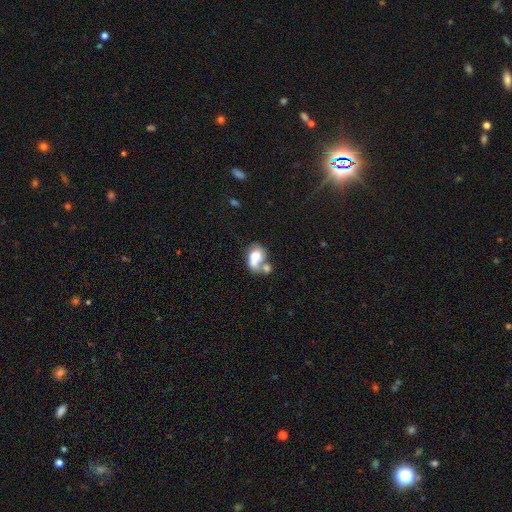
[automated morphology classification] smooth-or-featured: smooth: 61% | featured or disk: 29% | star or artifact: 9%
  how-rounded: in between: 73% | round: 25% | cigar-shaped: 1%
  merging: merger: 57% | none: 18% | major disturbance: 13% | minor disturbance: 12%